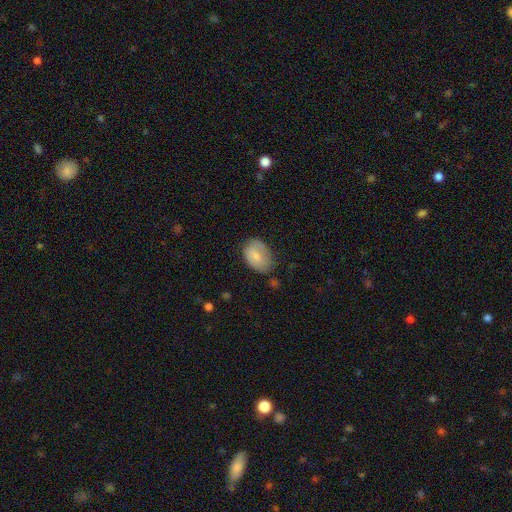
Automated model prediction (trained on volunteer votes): A smooth galaxy with no disk features (77%) that is in between round and cigar-shaped (83%).

Vote fractions:
- Smooth or featured? smooth: 77% / featured or disk: 16% / star or artifact: 7%
- How rounded? in between: 83% / round: 16% / cigar-shaped: 1%
- Merging? none: 57% / minor disturbance: 31% / major disturbance: 9% / merger: 3%